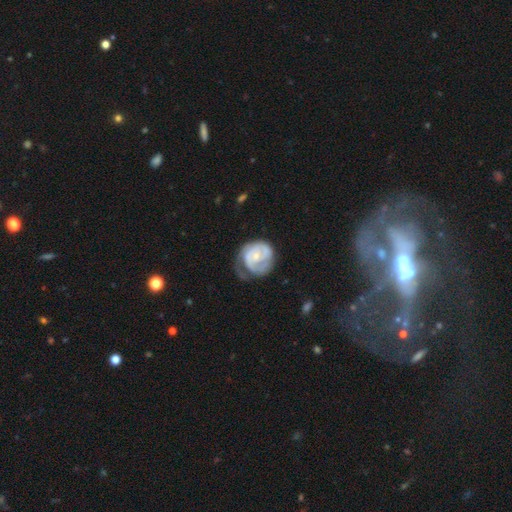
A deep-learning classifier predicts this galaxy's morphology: smooth-or-featured: featured or disk: 74% | smooth: 20% | star or artifact: 5%
  disk-edge-on: no: 98% | yes: 2%
    bar: no: 68% | weak: 27% | strong: 5%
    has-spiral-arms: yes: 88% | no: 12%
      spiral-winding: tight: 58% | medium: 30% | loose: 11%
      spiral-arm-count: 2: 37% | can't tell: 28% | 3: 15% | 1: 13% | 4: 3% | more than 4: 3%
    bulge-size: small: 63% | moderate: 31% | none: 3% | large: 2% | dominant: 1%
  merging: none: 42% | minor disturbance: 29% | major disturbance: 27% | merger: 2%